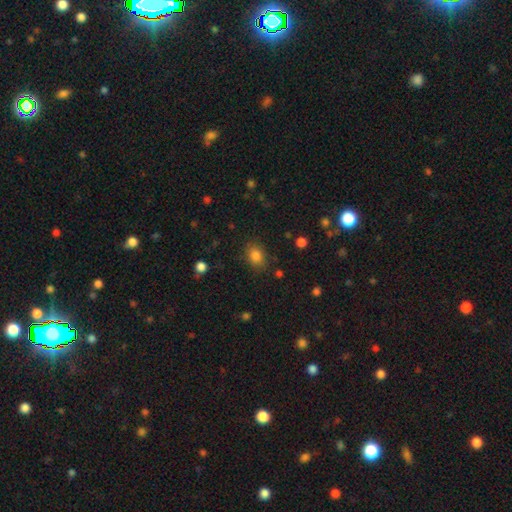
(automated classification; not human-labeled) A smooth galaxy with no disk features (84%) that is in between round and cigar-shaped (61%).

Vote fractions:
- Smooth or featured? smooth: 84% / star or artifact: 11% / featured or disk: 5%
- How rounded? in between: 61% / round: 37% / cigar-shaped: 1%
- Merging? none: 82% / minor disturbance: 13% / major disturbance: 4% / merger: 2%